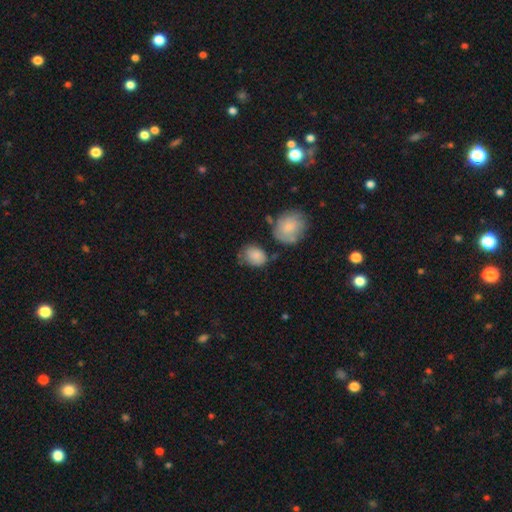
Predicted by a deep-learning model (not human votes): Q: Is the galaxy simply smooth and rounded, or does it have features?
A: smooth — 82%.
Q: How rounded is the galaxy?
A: in between — 59%.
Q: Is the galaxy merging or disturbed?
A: none — 54%.